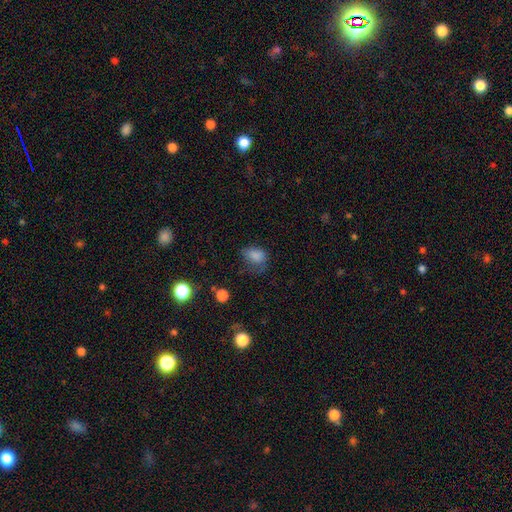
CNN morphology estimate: Smooth or featured: smooth — 81% (star or artifact — 11%)
How rounded: in between — 72% (round — 27%)
Merging: none — 45% (minor disturbance — 33%)